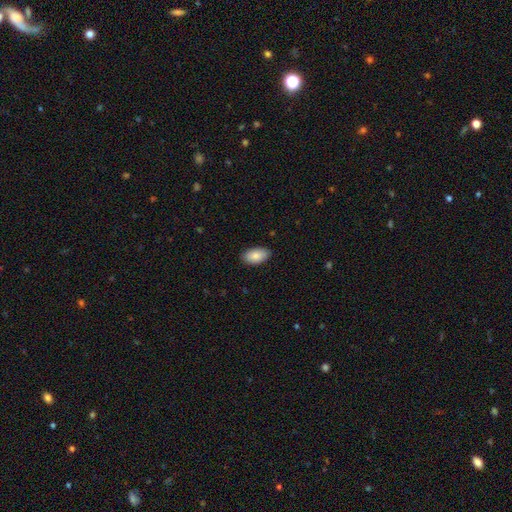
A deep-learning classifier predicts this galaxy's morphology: Overall: smooth (86%). How rounded: in between (95%). Merging: none (86%).